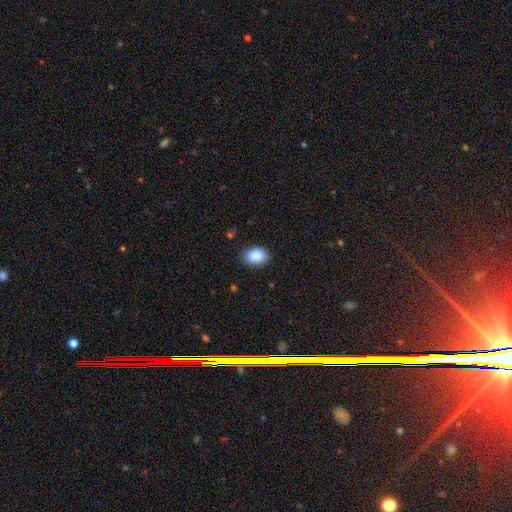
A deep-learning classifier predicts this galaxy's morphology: The model was most divided on "how rounded": in between: 82%, round: 17%, cigar-shaped: 1%. More confident: smooth or featured — smooth (88%); merging — none (86%).